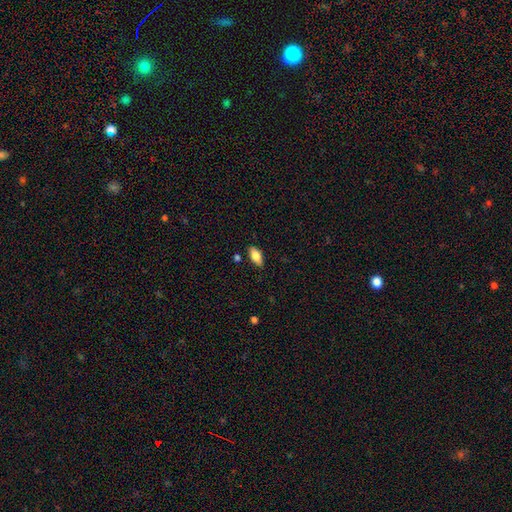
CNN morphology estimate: A smooth galaxy with no disk features (78%) that is in between round and cigar-shaped (88%).

Vote fractions:
- Smooth or featured? smooth: 78% / featured or disk: 15% / star or artifact: 7%
- How rounded? in between: 88% / cigar-shaped: 9% / round: 3%
- Merging? none: 83% / minor disturbance: 13% / major disturbance: 2% / merger: 2%